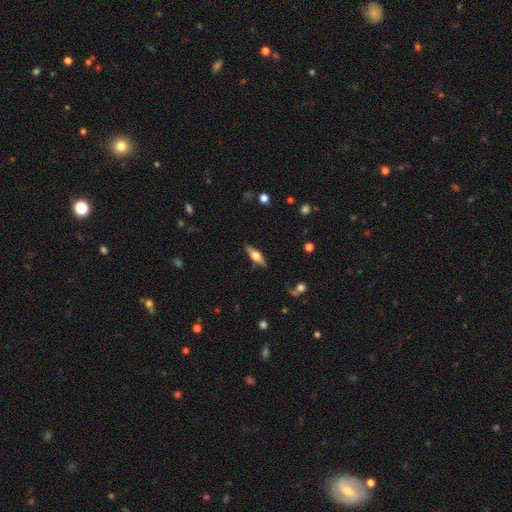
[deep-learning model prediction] Morphology: type=featured or disk (54%); edge-on=yes (93%); edge-on bulge=rounded (91%); merging=none (86%).